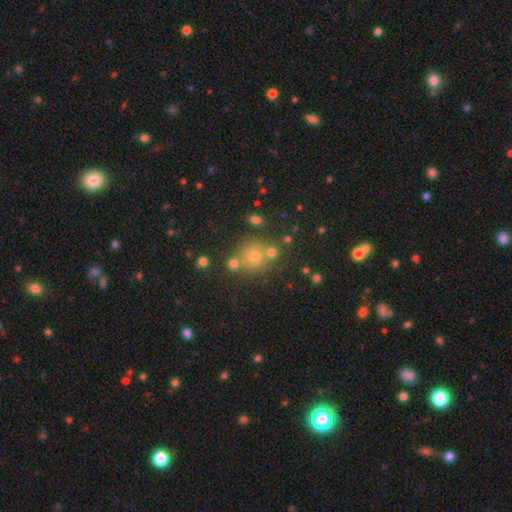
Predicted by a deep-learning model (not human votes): A smooth galaxy with no disk features (60%) that is round (86%). Merging: none (70%).